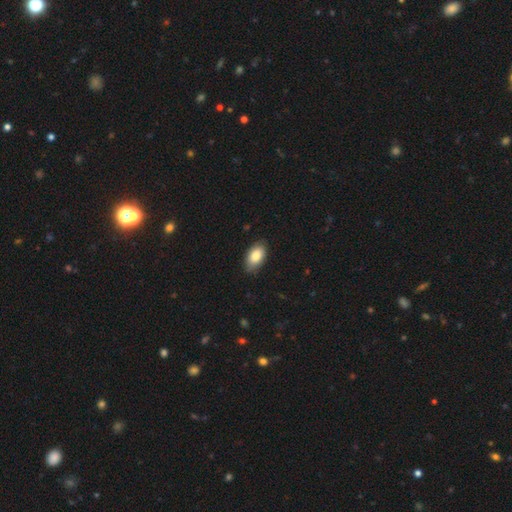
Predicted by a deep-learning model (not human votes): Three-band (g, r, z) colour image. It shows a smooth galaxy with no disk features (83%) that is in between round and cigar-shaped (94%). Merging: none (84%).